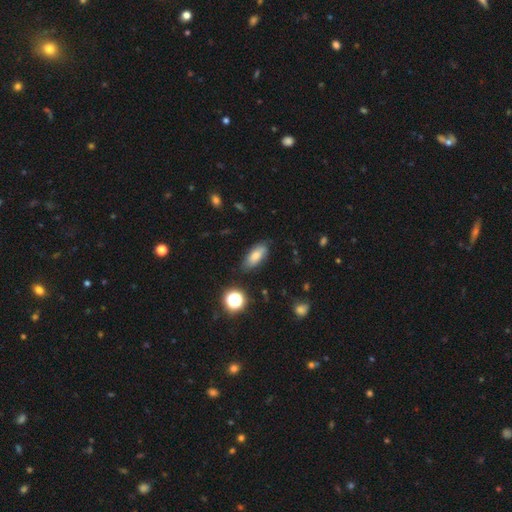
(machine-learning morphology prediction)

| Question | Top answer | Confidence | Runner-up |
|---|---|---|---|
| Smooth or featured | smooth | 74% | featured or disk (16%) |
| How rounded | in between | 80% | cigar-shaped (16%) |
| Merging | none | 80% | minor disturbance (15%) |